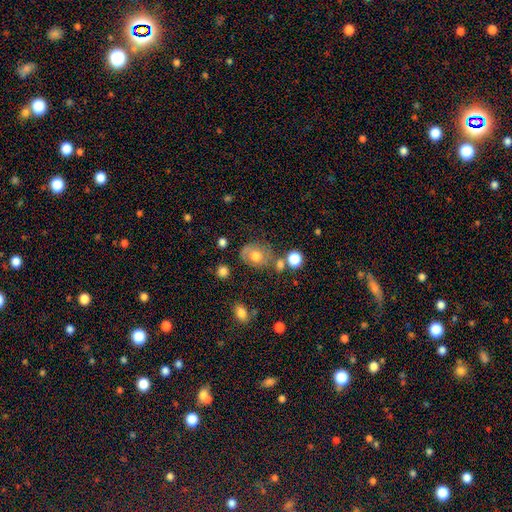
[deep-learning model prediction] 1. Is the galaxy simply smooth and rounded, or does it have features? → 55% smooth, 33% featured or disk, 12% star or artifact.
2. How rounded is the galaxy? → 52% round, 47% in between, 1% cigar-shaped.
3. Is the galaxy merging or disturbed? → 59% none, 22% minor disturbance, 10% major disturbance, 9% merger.